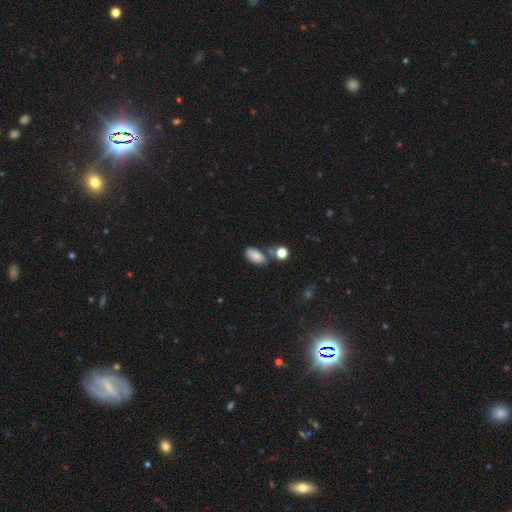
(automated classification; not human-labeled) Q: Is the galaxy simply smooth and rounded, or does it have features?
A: smooth — 79%.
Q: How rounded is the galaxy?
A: in between — 91%.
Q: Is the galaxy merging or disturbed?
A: none — 57%.